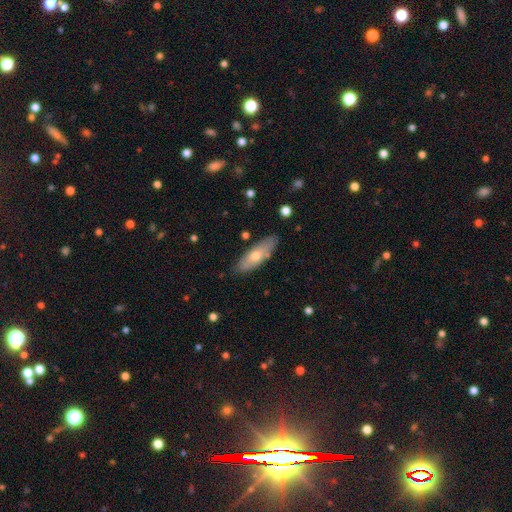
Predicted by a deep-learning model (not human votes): Smooth or featured: smooth — 59% (featured or disk — 34%)
How rounded: in between — 58% (cigar-shaped — 40%)
Merging: none — 82% (minor disturbance — 13%)